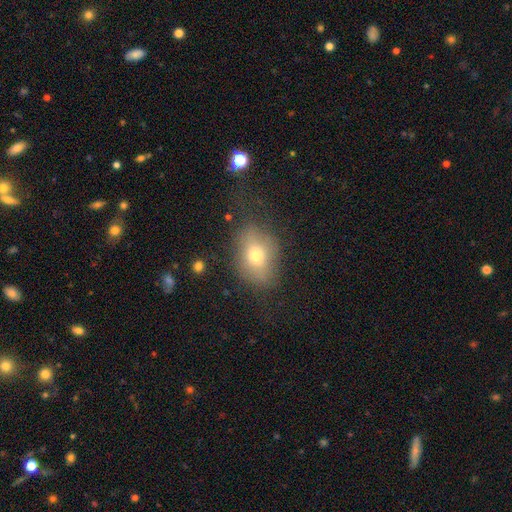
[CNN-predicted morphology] A smooth galaxy with no disk features (67%) that is in between round and cigar-shaped (72%). Merging: none (62%).